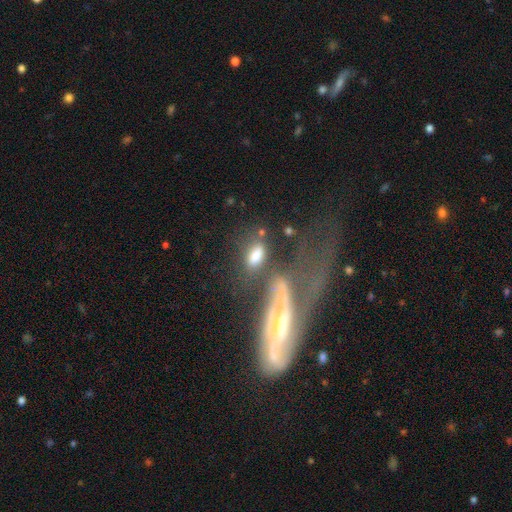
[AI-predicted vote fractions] This is likely a smooth galaxy (73%). How rounded: clearly in between (85%). Merging: possibly none (52%).